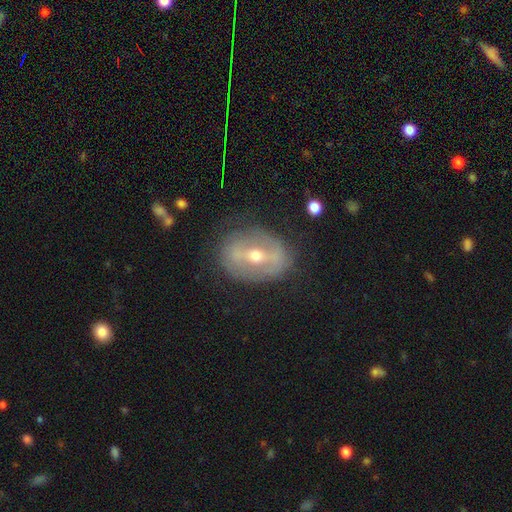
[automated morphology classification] A featured or disk galaxy (70%) with a strong bar (55%), no spiral arms (62%) and a moderate central bulge (58%). Merging: none (79%).